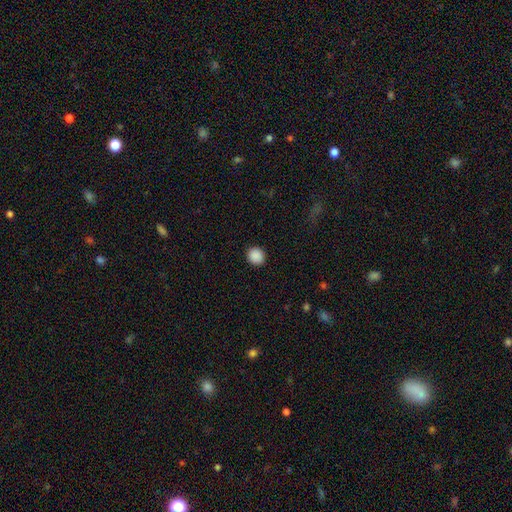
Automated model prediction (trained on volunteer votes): Smooth or featured?
  - smooth: 89% *
  - star or artifact: 8%
  - featured or disk: 2%
How rounded?
  - round: 84% *
  - in between: 15%
  - cigar-shaped: 1%
Merging?
  - none: 92% *
  - minor disturbance: 5%
  - major disturbance: 2%
  - merger: 1%